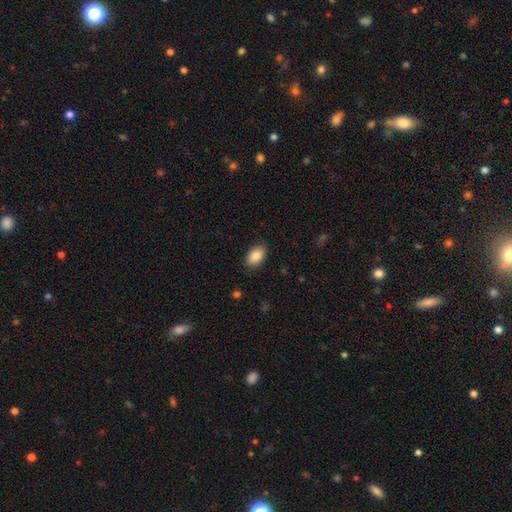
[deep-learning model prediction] The model was most divided on "merging": none: 87%, minor disturbance: 9%, major disturbance: 2%, merger: 1%. More confident: how rounded — in between (89%); smooth or featured — smooth (88%).